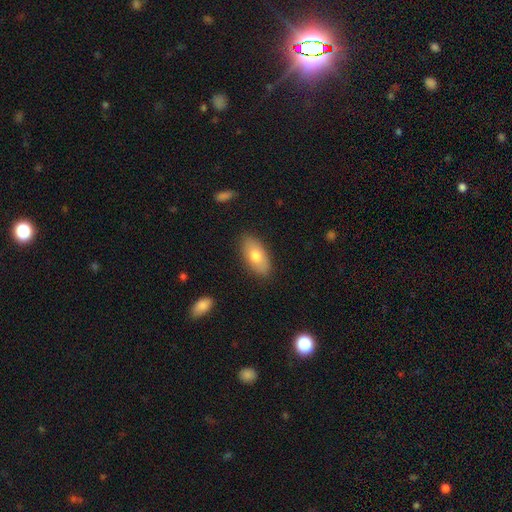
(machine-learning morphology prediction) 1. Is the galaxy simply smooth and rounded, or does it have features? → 74% smooth, 20% featured or disk, 6% star or artifact.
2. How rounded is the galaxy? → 91% in between, 6% cigar-shaped, 3% round.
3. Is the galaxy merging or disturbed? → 86% none, 11% minor disturbance, 2% major disturbance, 1% merger.